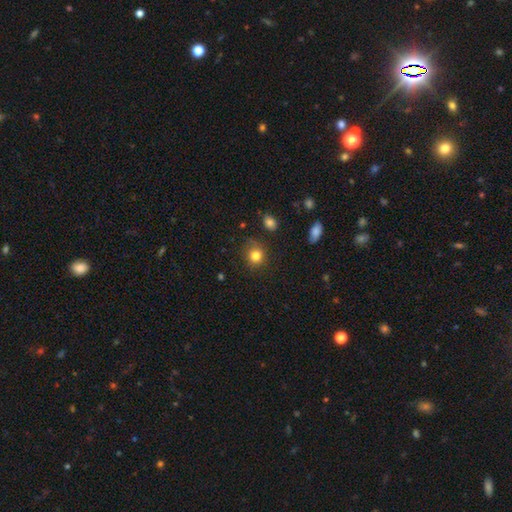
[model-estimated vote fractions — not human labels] A smooth galaxy with no disk features (82%) that is round (82%). Merging: none (81%).